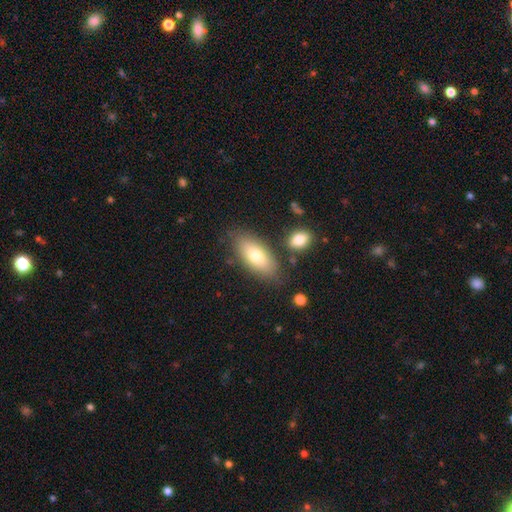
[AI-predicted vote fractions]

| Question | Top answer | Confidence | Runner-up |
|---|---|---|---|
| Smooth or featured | smooth | 73% | featured or disk (20%) |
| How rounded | in between | 85% | cigar-shaped (12%) |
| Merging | none | 78% | minor disturbance (12%) |